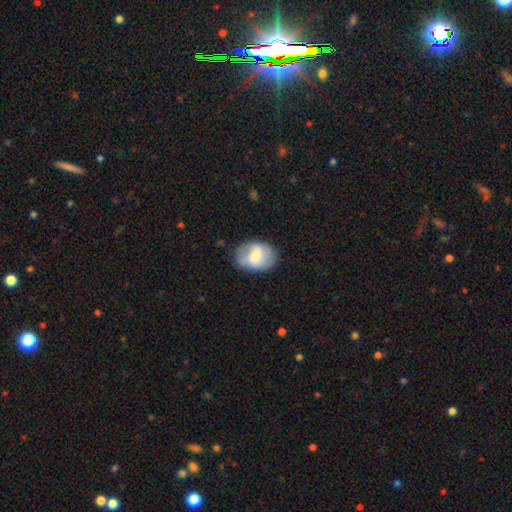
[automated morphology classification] A smooth galaxy with no disk features (53%) that is in between round and cigar-shaped (68%). Merging: none (71%).